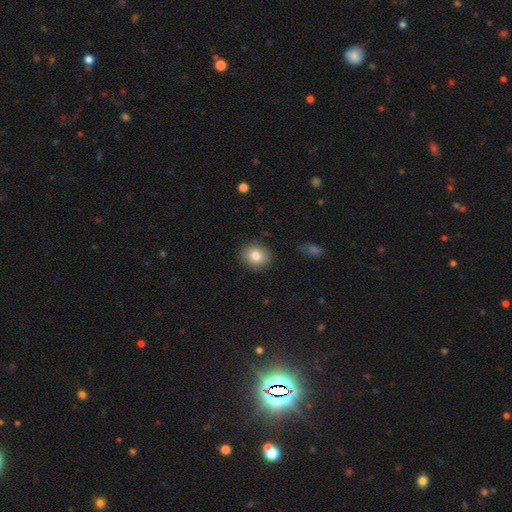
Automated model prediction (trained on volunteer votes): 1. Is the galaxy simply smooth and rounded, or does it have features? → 82% smooth, 9% star or artifact, 9% featured or disk.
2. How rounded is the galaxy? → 64% round, 35% in between, 1% cigar-shaped.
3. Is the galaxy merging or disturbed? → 87% none, 9% minor disturbance, 2% major disturbance, 1% merger.